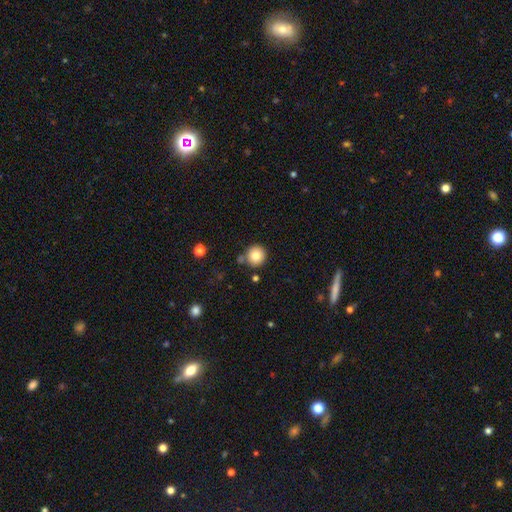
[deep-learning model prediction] Smooth or featured?
  - smooth: 81% *
  - star or artifact: 10%
  - featured or disk: 9%
How rounded?
  - round: 94% *
  - in between: 5%
  - cigar-shaped: 1%
Merging?
  - none: 79% *
  - minor disturbance: 9%
  - merger: 9%
  - major disturbance: 3%